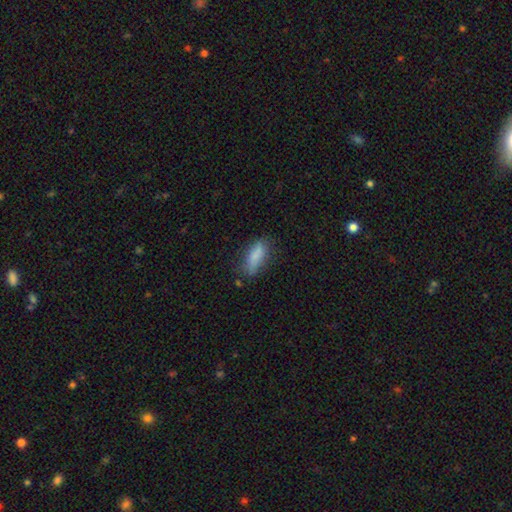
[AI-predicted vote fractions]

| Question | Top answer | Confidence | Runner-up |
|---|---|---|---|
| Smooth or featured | smooth | 79% | featured or disk (13%) |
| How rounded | in between | 63% | cigar-shaped (35%) |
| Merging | none | 59% | minor disturbance (28%) |